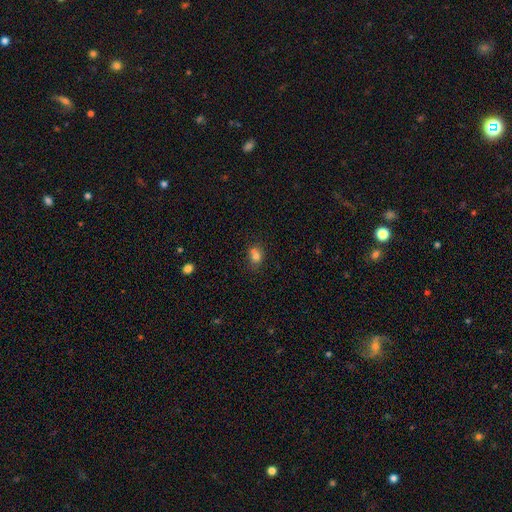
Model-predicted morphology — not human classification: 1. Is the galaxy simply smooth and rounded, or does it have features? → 72% smooth, 14% featured or disk, 14% star or artifact.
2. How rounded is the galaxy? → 62% round, 37% in between, 1% cigar-shaped.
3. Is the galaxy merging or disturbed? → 46% none, 37% merger, 13% minor disturbance, 4% major disturbance.